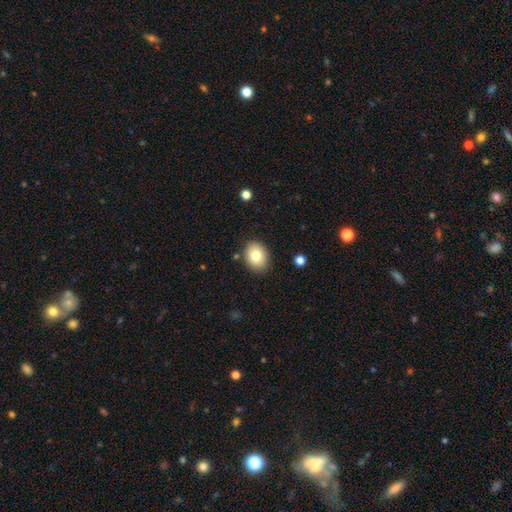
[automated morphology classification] This is likely a smooth galaxy (79%). How rounded: possibly in between (55%). Merging: clearly none (86%).